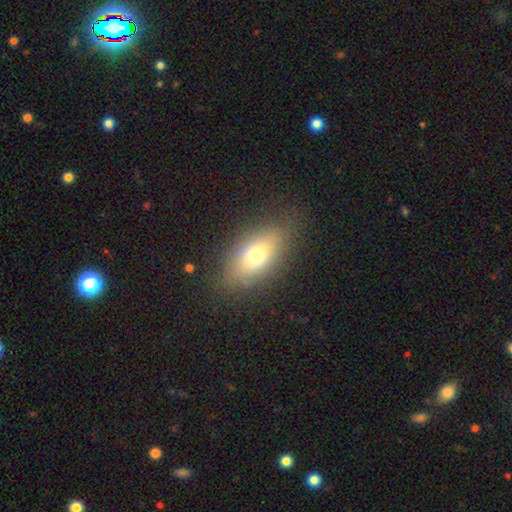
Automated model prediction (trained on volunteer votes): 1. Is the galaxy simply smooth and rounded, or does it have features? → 67% smooth, 23% featured or disk, 10% star or artifact.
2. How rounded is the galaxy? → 82% in between, 11% cigar-shaped, 7% round.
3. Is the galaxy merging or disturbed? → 81% none, 13% minor disturbance, 5% major disturbance, 1% merger.